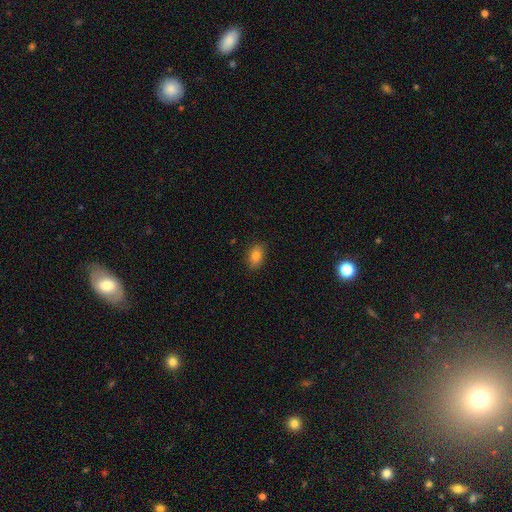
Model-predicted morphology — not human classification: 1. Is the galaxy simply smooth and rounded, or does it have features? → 83% smooth, 9% star or artifact, 7% featured or disk.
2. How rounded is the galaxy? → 85% in between, 14% round, 2% cigar-shaped.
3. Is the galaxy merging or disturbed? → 87% none, 10% minor disturbance, 2% major disturbance, 1% merger.